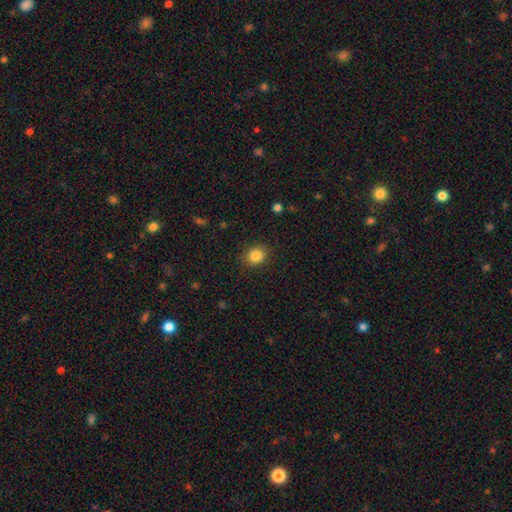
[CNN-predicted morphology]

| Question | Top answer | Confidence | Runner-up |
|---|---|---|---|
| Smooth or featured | smooth | 84% | star or artifact (10%) |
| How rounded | round | 69% | in between (31%) |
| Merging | none | 86% | minor disturbance (10%) |